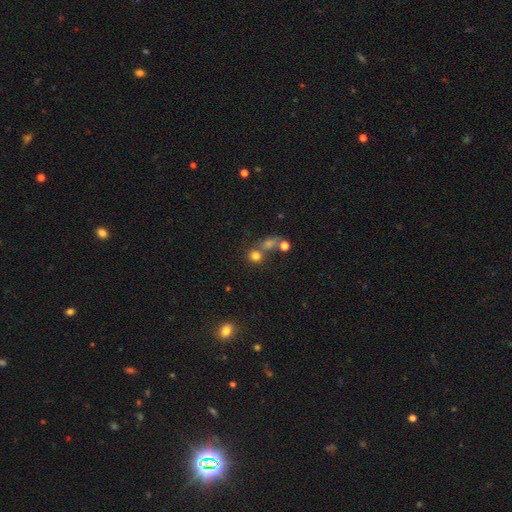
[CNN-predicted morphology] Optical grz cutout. It shows a smooth galaxy with no disk features (75%) that is round (84%). Merging: none (55%).